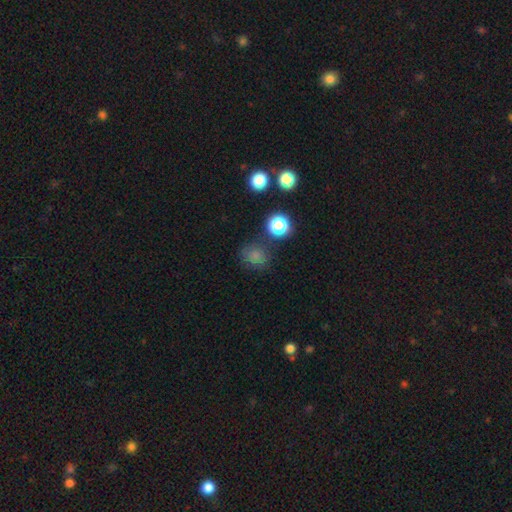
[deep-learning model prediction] Smooth or featured: smooth — 74% (star or artifact — 20%)
How rounded: round — 79% (in between — 20%)
Merging: none — 74% (minor disturbance — 15%)